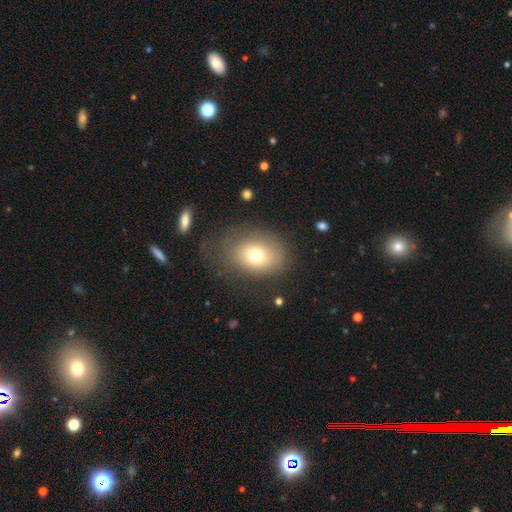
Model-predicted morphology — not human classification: A smooth galaxy with no disk features (72%) that is in between round and cigar-shaped (56%). Merging: none (67%).